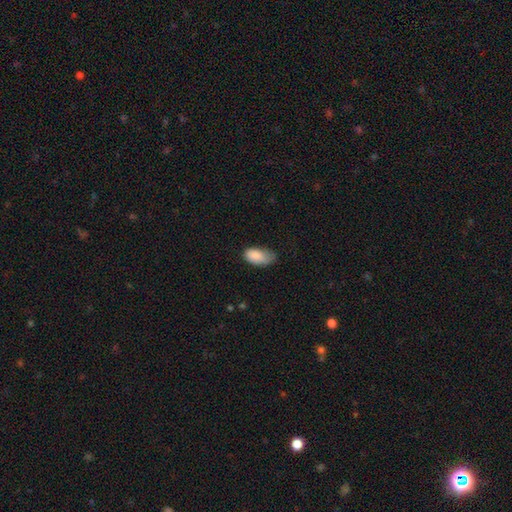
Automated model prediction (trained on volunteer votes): A smooth galaxy with no disk features (85%) that is in between round and cigar-shaped (94%).

Vote fractions:
- Smooth or featured? smooth: 85% / featured or disk: 8% / star or artifact: 7%
- How rounded? in between: 94% / round: 3% / cigar-shaped: 3%
- Merging? none: 46% / minor disturbance: 42% / major disturbance: 10% / merger: 2%